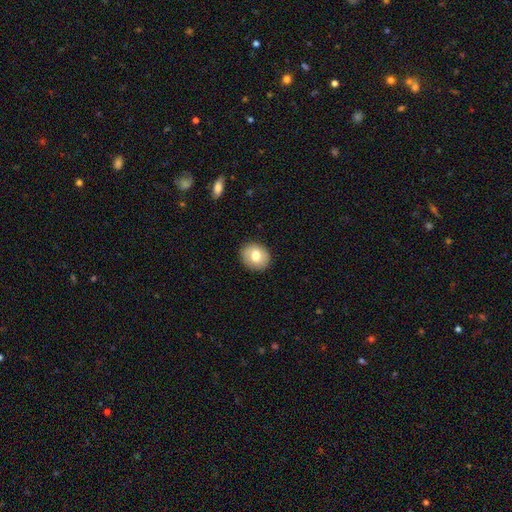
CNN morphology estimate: smooth_or_featured: smooth (p=0.74) [alt: featured or disk p=0.18]
how_rounded: round (p=0.66) [alt: in between p=0.33]
merging: none (p=0.88) [alt: minor disturbance p=0.09]